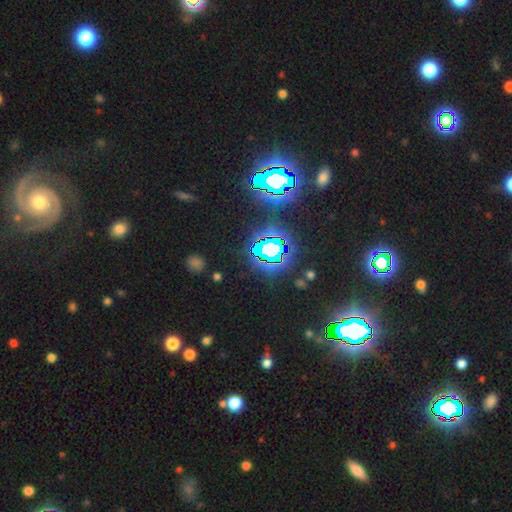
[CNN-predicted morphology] Q: Smooth or featured?
A: star or artifact (80%); runner-up: smooth (12%)